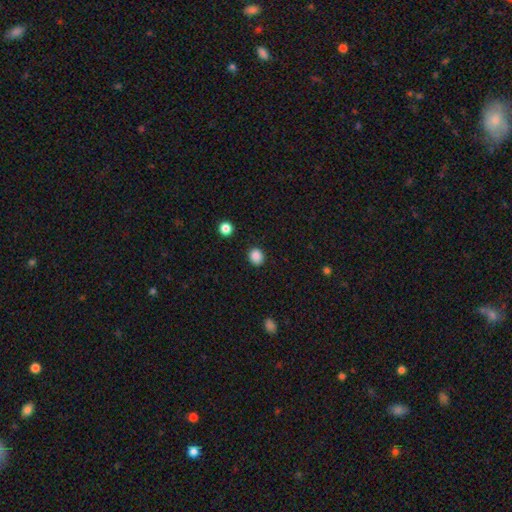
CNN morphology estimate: smooth_or_featured: smooth (p=0.87) [alt: star or artifact p=0.10]
how_rounded: round (p=0.70) [alt: in between p=0.29]
merging: none (p=0.89) [alt: minor disturbance p=0.07]